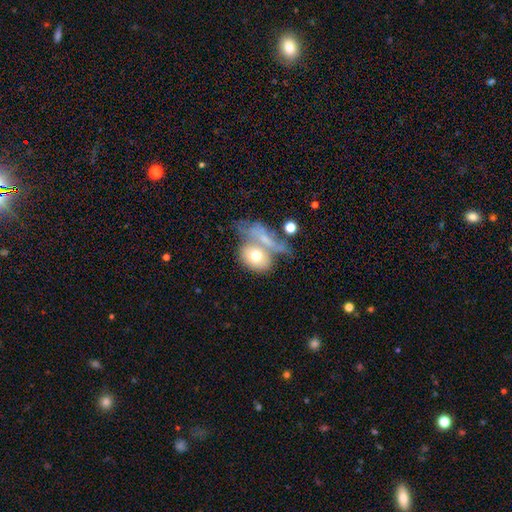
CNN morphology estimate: Q: Smooth or featured?
A: smooth (61%); runner-up: featured or disk (29%)
Q: How rounded?
A: in between (54%); runner-up: round (43%)
Q: Merging?
A: merger (43%); runner-up: major disturbance (23%)